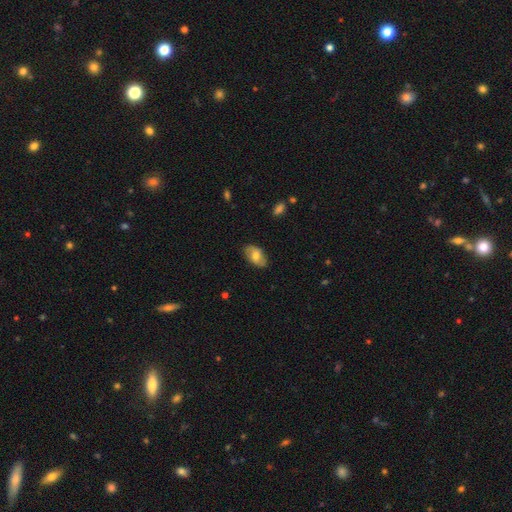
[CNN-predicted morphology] A smooth galaxy with no disk features (61%) that is in between round and cigar-shaped (92%).

Vote fractions:
- Smooth or featured? smooth: 61% / featured or disk: 32% / star or artifact: 7%
- How rounded? in between: 92% / round: 6% / cigar-shaped: 2%
- Merging? none: 83% / minor disturbance: 14% / major disturbance: 3% / merger: 1%